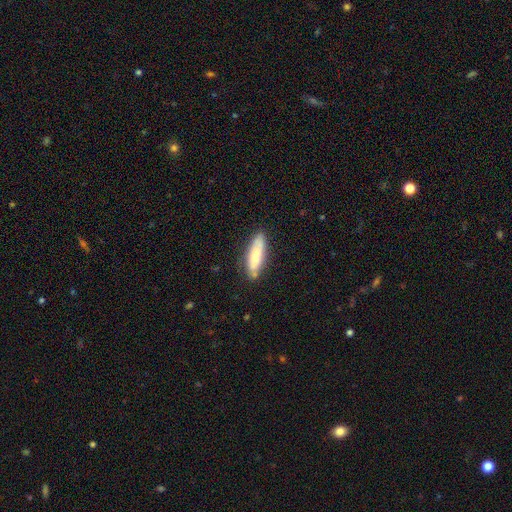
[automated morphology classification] Smooth or featured: smooth — 75% (featured or disk — 19%)
How rounded: cigar-shaped — 57% (in between — 41%)
Merging: none — 76% (minor disturbance — 18%)